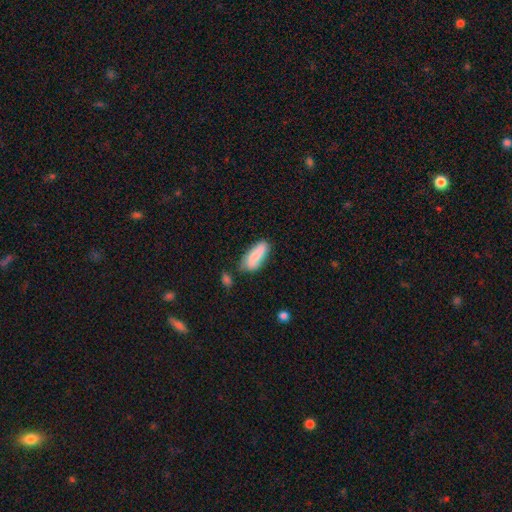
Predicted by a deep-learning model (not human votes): This is likely a smooth galaxy (80%). How rounded: likely in between (69%). Merging: likely none (62%).